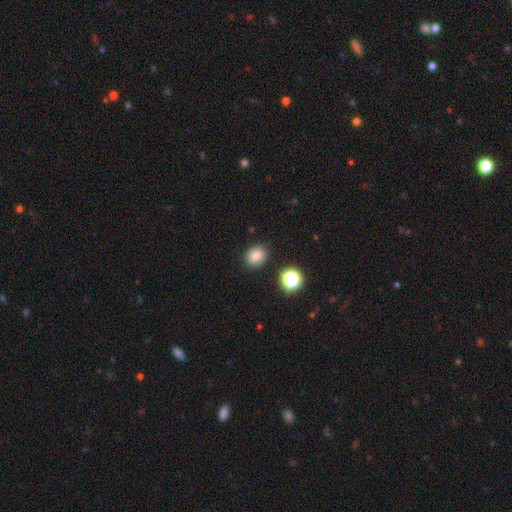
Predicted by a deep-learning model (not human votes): A smooth galaxy with no disk features (81%) that is round (58%).

Vote fractions:
- Smooth or featured? smooth: 81% / star or artifact: 13% / featured or disk: 6%
- How rounded? round: 58% / in between: 41% / cigar-shaped: 1%
- Merging? none: 85% / minor disturbance: 10% / major disturbance: 3% / merger: 2%